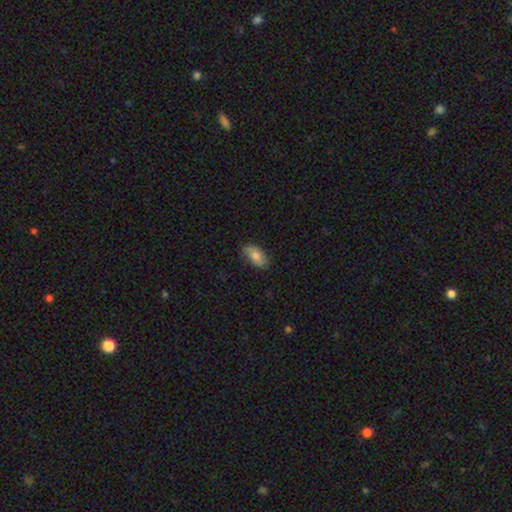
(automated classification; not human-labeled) This is likely a smooth galaxy (76%). How rounded: clearly in between (92%). Merging: likely none (76%).